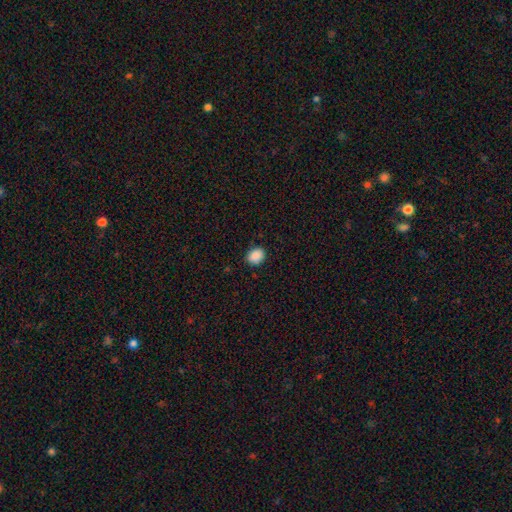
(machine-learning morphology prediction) A smooth galaxy with no disk features (89%) that is in between round and cigar-shaped (52%).

Vote fractions:
- Smooth or featured? smooth: 89% / star or artifact: 8% / featured or disk: 3%
- How rounded? in between: 52% / round: 47% / cigar-shaped: 1%
- Merging? none: 85% / minor disturbance: 11% / major disturbance: 3% / merger: 1%